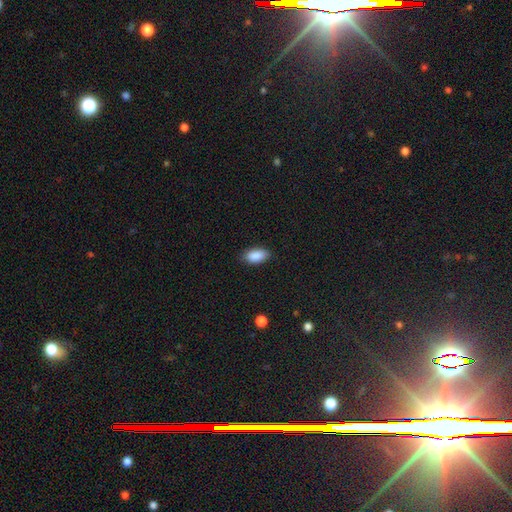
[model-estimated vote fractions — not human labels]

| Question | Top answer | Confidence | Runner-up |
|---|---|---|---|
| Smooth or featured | smooth | 89% | star or artifact (7%) |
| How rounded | in between | 93% | cigar-shaped (3%) |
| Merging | none | 85% | minor disturbance (12%) |